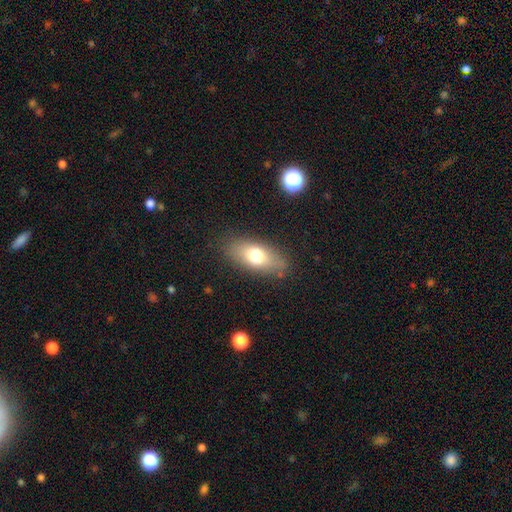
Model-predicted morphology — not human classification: This appears to be a smooth galaxy with no disk features (70%) that is in between round and cigar-shaped (82%). Merging: none (82%).